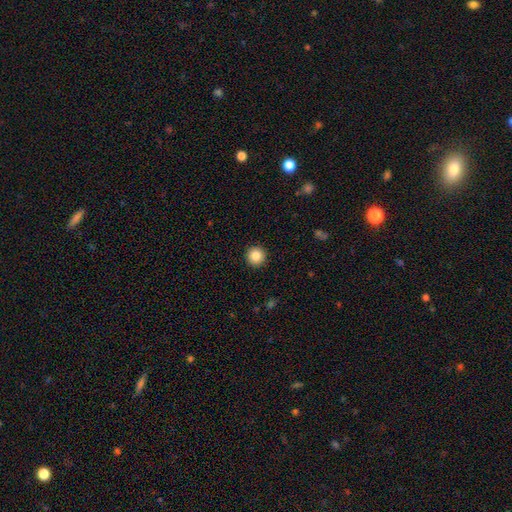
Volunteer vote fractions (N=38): Volunteers were most divided on "smooth or featured": smooth: 92%, star or artifact: 5%, featured or disk: 3%. More confident: how rounded — round (100%); merging — none (94%).